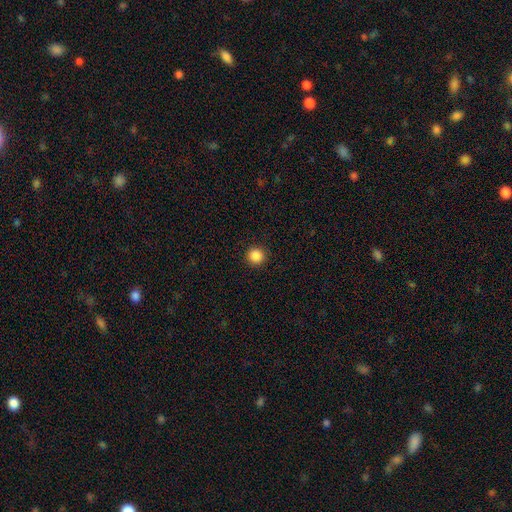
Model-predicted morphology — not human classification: A smooth galaxy with no disk features (87%) that is round (95%).

Vote fractions:
- Smooth or featured? smooth: 87% / star or artifact: 10% / featured or disk: 3%
- How rounded? round: 95% / in between: 4% / cigar-shaped: 1%
- Merging? none: 93% / minor disturbance: 5% / major disturbance: 2% / merger: 1%